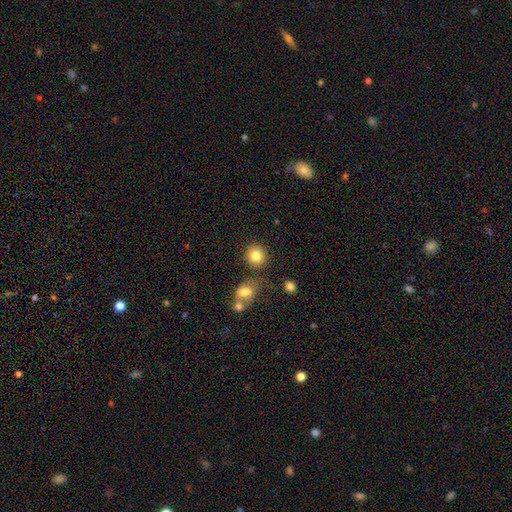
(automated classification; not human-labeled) smooth 83%, star or artifact 10%, featured or disk 7%. Down the decision tree: how rounded — round (87%); merging — none (77%).